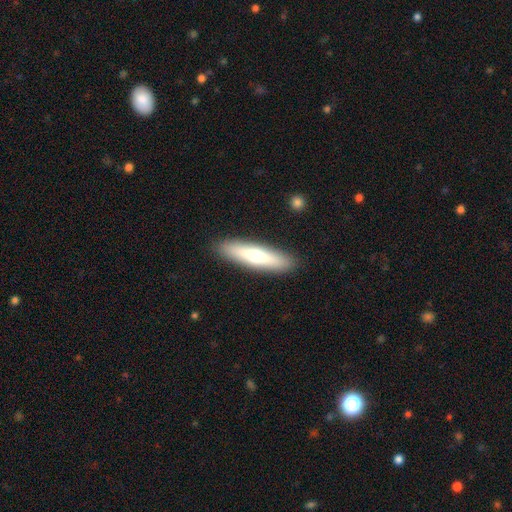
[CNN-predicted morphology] smooth_or_featured: smooth (p=0.59) [alt: featured or disk p=0.35]
how_rounded: cigar-shaped (p=0.73) [alt: in between p=0.25]
merging: none (p=0.90) [alt: minor disturbance p=0.07]